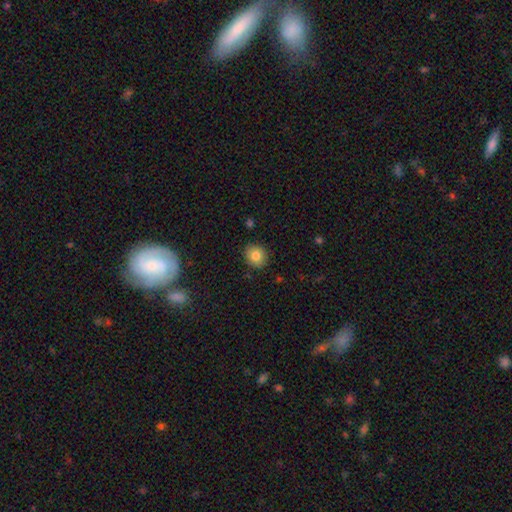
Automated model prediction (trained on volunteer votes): Smooth or featured? Predicted: smooth (p=0.82). How rounded? Predicted: round (p=0.77). Merging? Predicted: none (p=0.88).